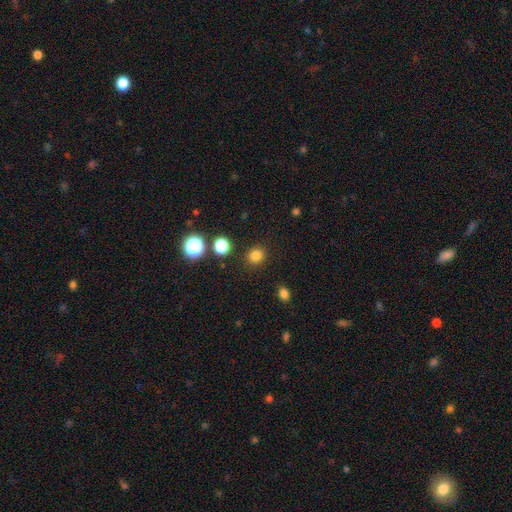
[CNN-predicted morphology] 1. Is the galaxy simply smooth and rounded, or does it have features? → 81% smooth, 14% star or artifact, 5% featured or disk.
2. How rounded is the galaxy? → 83% round, 16% in between, 1% cigar-shaped.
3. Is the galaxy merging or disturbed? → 89% none, 6% minor disturbance, 3% major disturbance, 2% merger.